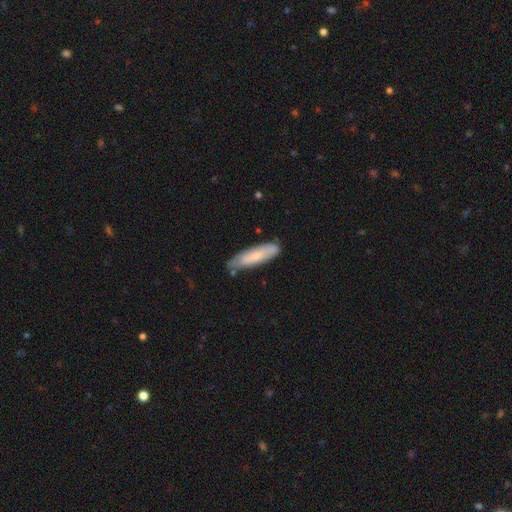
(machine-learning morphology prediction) This appears to be a smooth galaxy with no disk features (70%) that is cigar-shaped (68%). Merging: none (74%).